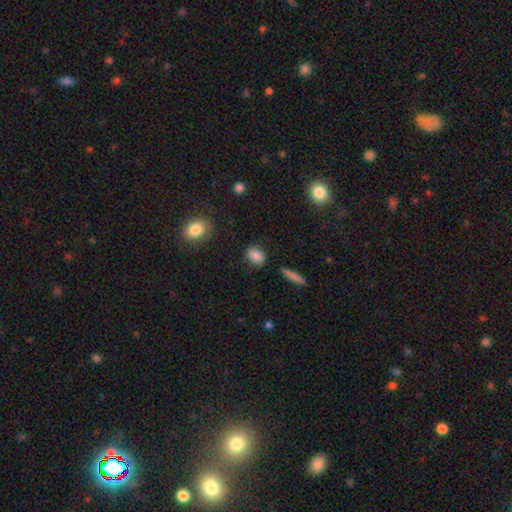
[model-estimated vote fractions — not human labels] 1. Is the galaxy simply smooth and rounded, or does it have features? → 85% smooth, 8% star or artifact, 7% featured or disk.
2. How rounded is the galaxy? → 61% in between, 37% round, 3% cigar-shaped.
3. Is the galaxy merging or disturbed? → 84% none, 11% minor disturbance, 3% major disturbance, 2% merger.